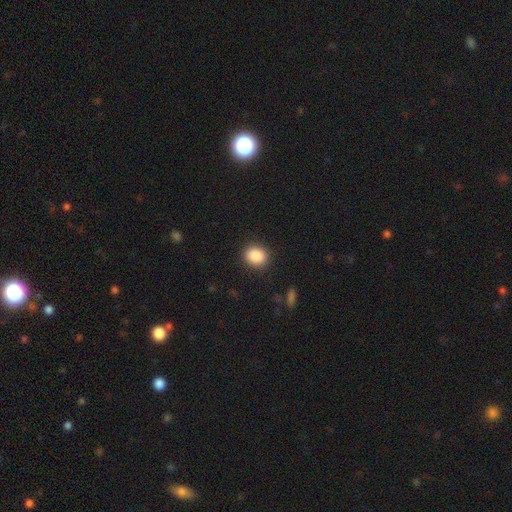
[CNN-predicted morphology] Smooth or featured? Predicted: smooth (p=0.89). How rounded? Predicted: round (p=0.59). Merging? Predicted: none (p=0.89).